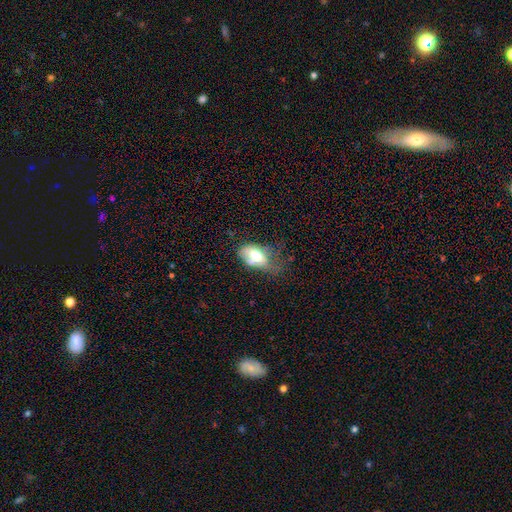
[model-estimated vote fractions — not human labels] This is likely a smooth galaxy (61%). How rounded: clearly in between (88%). Merging: marginally major disturbance (36%).